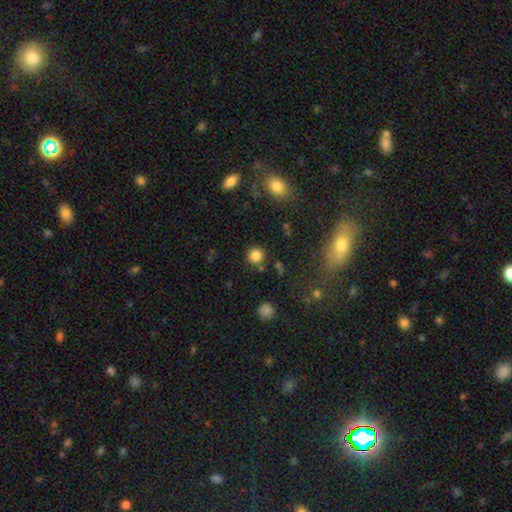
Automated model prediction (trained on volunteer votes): A smooth galaxy with no disk features (82%) that is round (93%). Merging: none (82%).